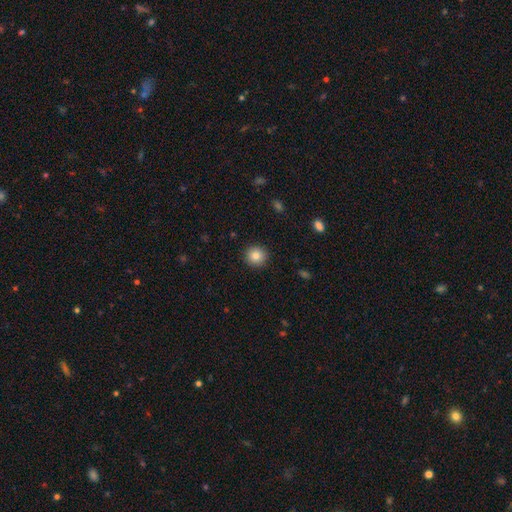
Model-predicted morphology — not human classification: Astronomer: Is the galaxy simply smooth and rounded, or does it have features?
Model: smooth — 84%.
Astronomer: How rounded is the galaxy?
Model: round — 92%.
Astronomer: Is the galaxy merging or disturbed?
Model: none — 92%.